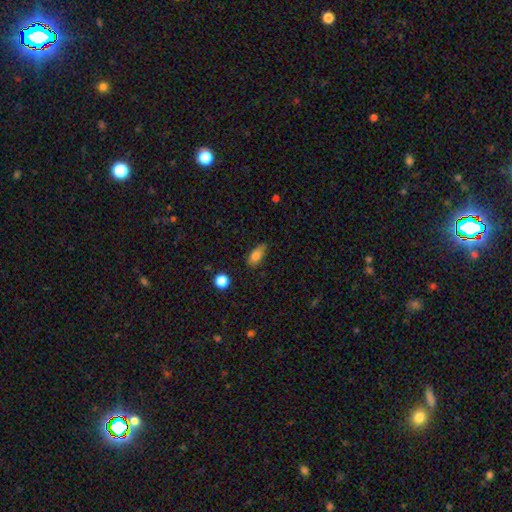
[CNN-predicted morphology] Smooth or featured?
  - smooth: 84% *
  - star or artifact: 9%
  - featured or disk: 7%
How rounded?
  - in between: 84% *
  - cigar-shaped: 11%
  - round: 5%
Merging?
  - none: 66% *
  - minor disturbance: 27%
  - major disturbance: 5%
  - merger: 2%